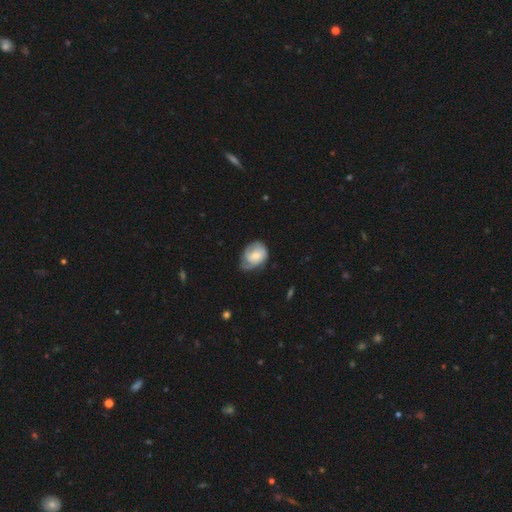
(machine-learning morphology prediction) smooth_or_featured: featured or disk (p=0.54) [alt: smooth p=0.40]
disk_edge_on: no (p=0.97) [alt: yes p=0.03]
bar: no (p=0.64) [alt: weak p=0.30]
has_spiral_arms: yes (p=0.80) [alt: no p=0.20]
bulge_size: small (p=0.47) [alt: moderate p=0.46]
merging: none (p=0.45) [alt: minor disturbance p=0.36]